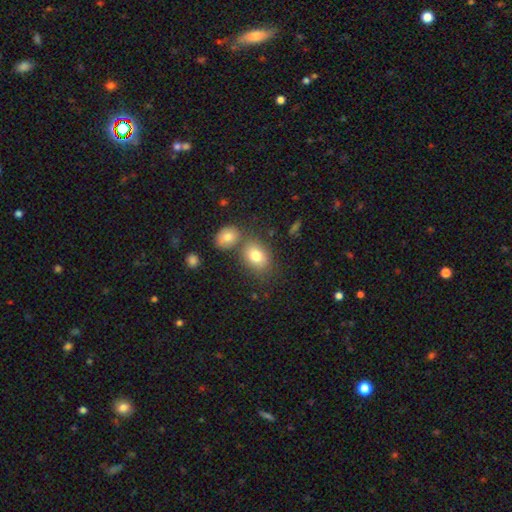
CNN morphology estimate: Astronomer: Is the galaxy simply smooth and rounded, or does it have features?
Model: smooth — 79%.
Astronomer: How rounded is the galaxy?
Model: in between — 69%.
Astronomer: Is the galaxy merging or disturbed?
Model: none — 60%.